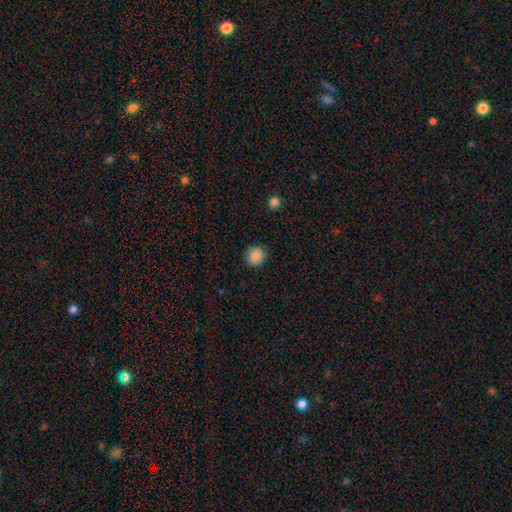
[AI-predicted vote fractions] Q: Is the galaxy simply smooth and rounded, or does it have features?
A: smooth — 88%.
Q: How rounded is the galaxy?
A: round — 86%.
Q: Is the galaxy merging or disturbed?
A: none — 88%.